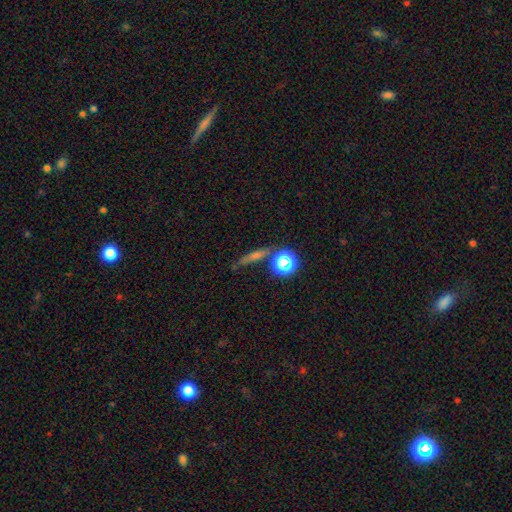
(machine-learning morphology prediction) Smooth or featured? Predicted: smooth (p=0.39). Merging? Predicted: none (p=0.75).